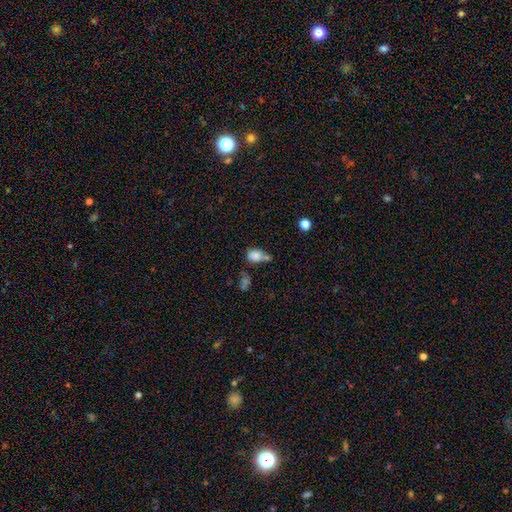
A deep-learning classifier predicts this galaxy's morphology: Overall: smooth (80%). How rounded: in between (65%; round 33%). Merging: merger (37%; none 32%).